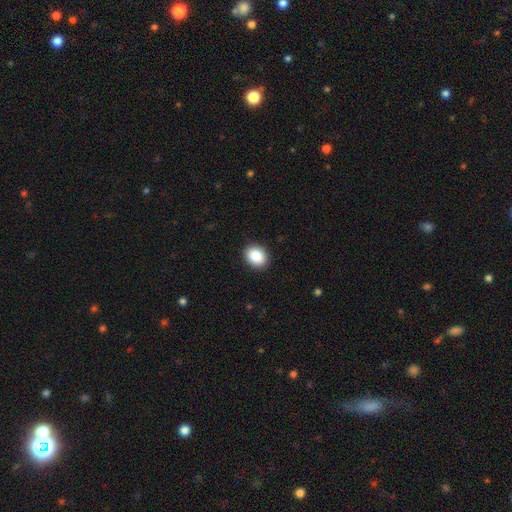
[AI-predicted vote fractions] A smooth galaxy with no disk features (88%) that is in between round and cigar-shaped (54%). Merging: none (91%).